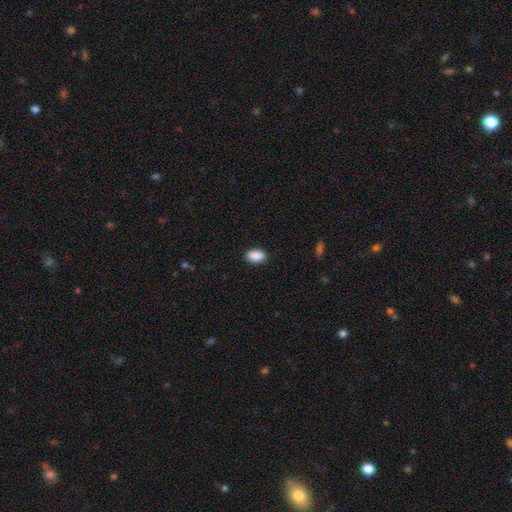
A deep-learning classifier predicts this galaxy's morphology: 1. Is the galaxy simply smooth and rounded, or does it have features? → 90% smooth, 7% star or artifact, 3% featured or disk.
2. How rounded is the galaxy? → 88% in between, 11% round, 1% cigar-shaped.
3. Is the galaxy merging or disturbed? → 89% none, 8% minor disturbance, 2% major disturbance, 1% merger.